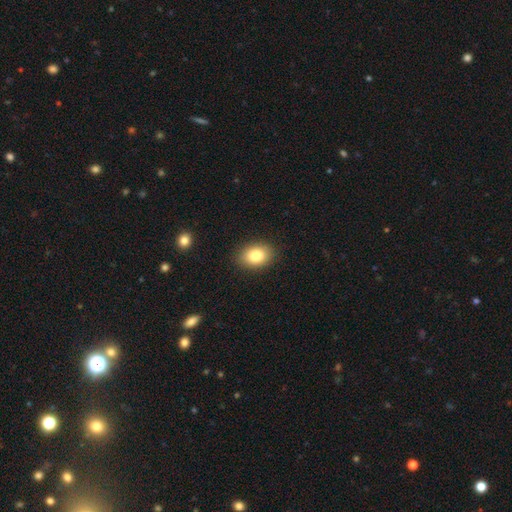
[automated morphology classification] type=smooth (83%); roundness=in between (73%); merging=none (88%).